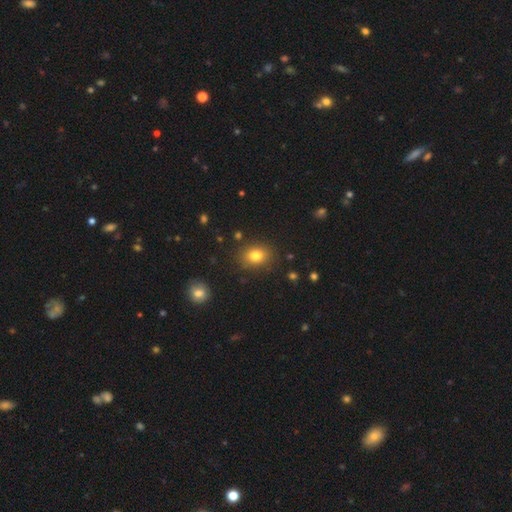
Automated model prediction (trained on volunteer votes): smooth-or-featured: smooth: 80% | star or artifact: 12% | featured or disk: 8%
  how-rounded: in between: 62% | round: 37% | cigar-shaped: 1%
  merging: none: 85% | minor disturbance: 10% | major disturbance: 3% | merger: 2%